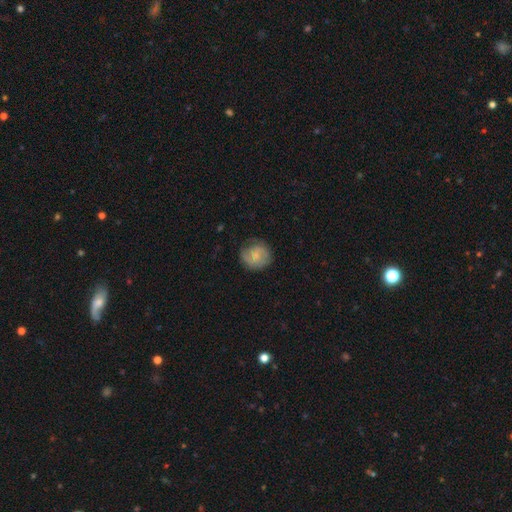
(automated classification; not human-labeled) Morphology: type=smooth (58%); roundness=round (84%); merging=none (74%).